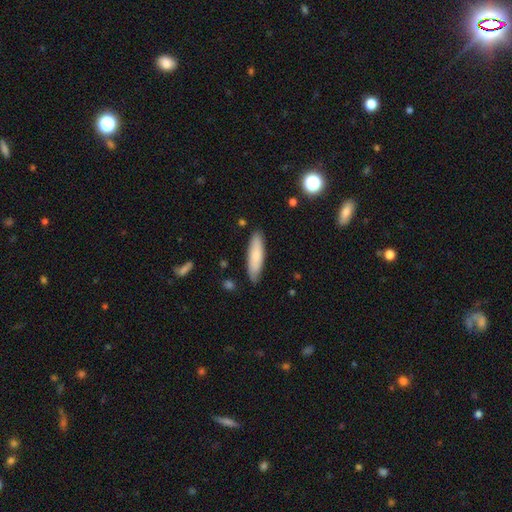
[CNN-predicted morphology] This appears to be a smooth galaxy with no disk features (80%) that is cigar-shaped (71%). Merging: none (86%).